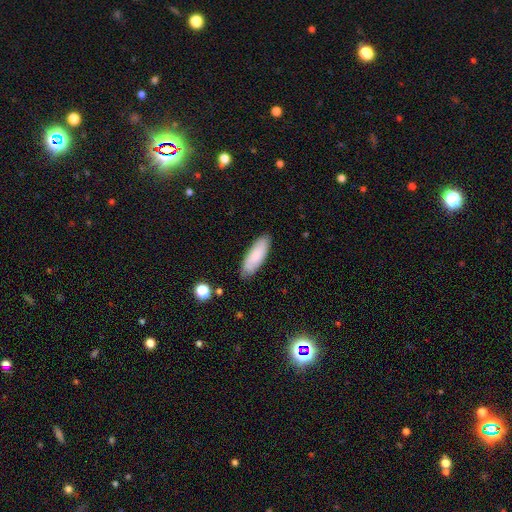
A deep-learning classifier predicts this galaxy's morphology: This is clearly a smooth galaxy (83%). How rounded: likely in between (61%). Merging: clearly none (86%).